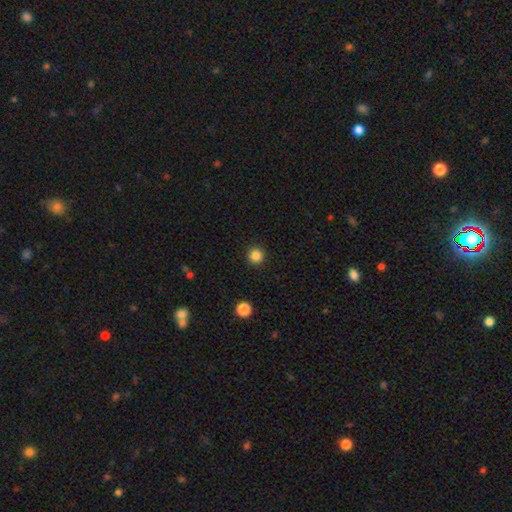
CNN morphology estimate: Smooth or featured? Predicted: smooth (p=0.85). How rounded? Predicted: round (p=0.96). Merging? Predicted: none (p=0.93).